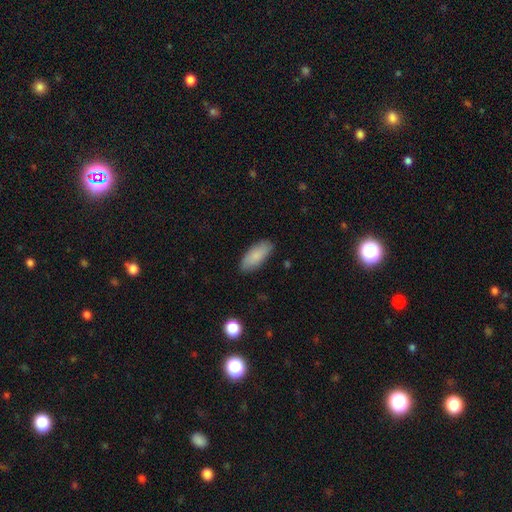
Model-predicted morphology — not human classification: Smooth or featured: smooth — 83% (featured or disk — 10%)
How rounded: in between — 82% (cigar-shaped — 16%)
Merging: none — 85% (minor disturbance — 11%)